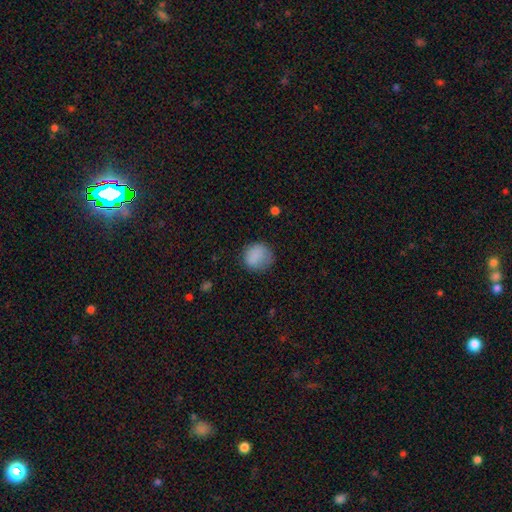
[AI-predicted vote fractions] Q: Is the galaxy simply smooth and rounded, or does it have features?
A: smooth — 85%.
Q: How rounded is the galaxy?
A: round — 84%.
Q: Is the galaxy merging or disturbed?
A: none — 75%.